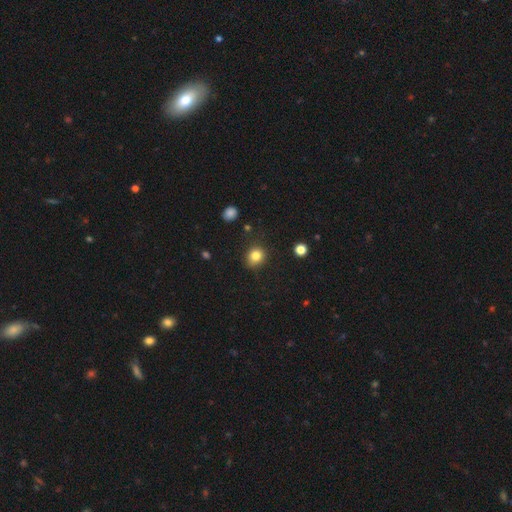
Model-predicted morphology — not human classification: smooth-or-featured: smooth: 82% | star or artifact: 12% | featured or disk: 6%
  how-rounded: round: 75% | in between: 24% | cigar-shaped: 1%
  merging: none: 83% | minor disturbance: 12% | major disturbance: 3% | merger: 2%